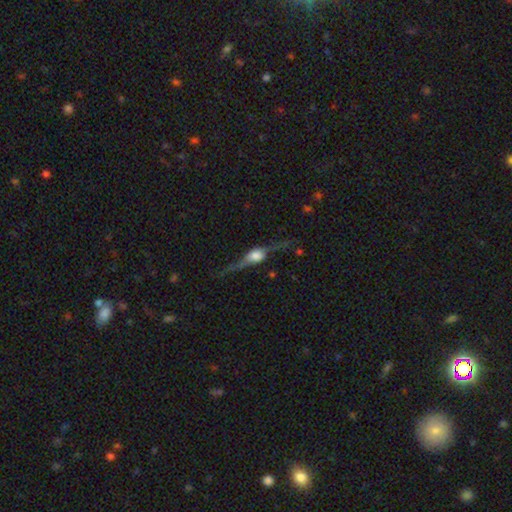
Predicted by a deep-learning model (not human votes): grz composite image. It shows a featured or disk galaxy (83%) viewed edge-on (93%) with a rounded central bulge (90%). Merging: none (75%).